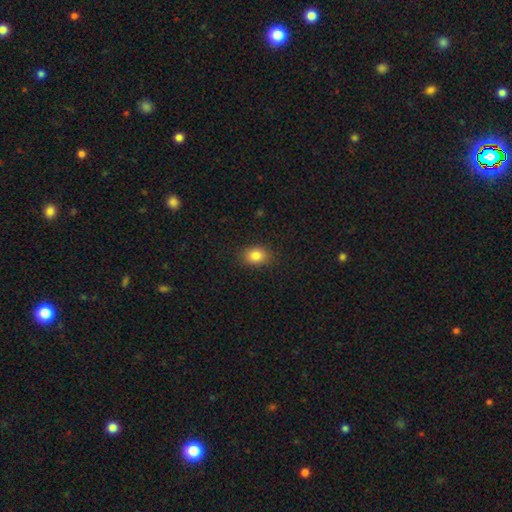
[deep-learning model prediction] Overall: smooth (83%). How rounded: in between (67%; round 32%). Merging: none (88%).